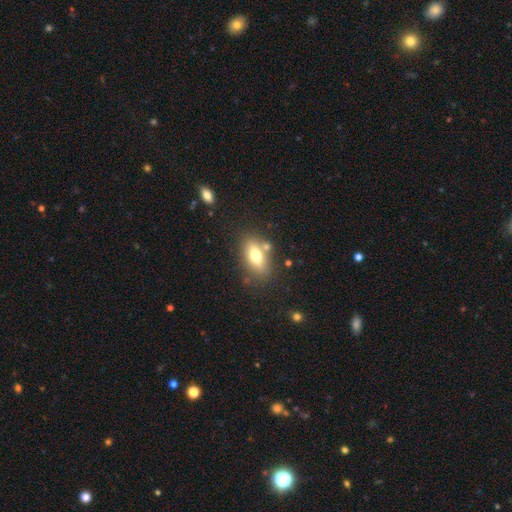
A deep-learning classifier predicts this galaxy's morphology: The model was most divided on "smooth or featured": smooth: 64%, featured or disk: 28%, star or artifact: 9%. More confident: how rounded — in between (78%); merging — none (73%).